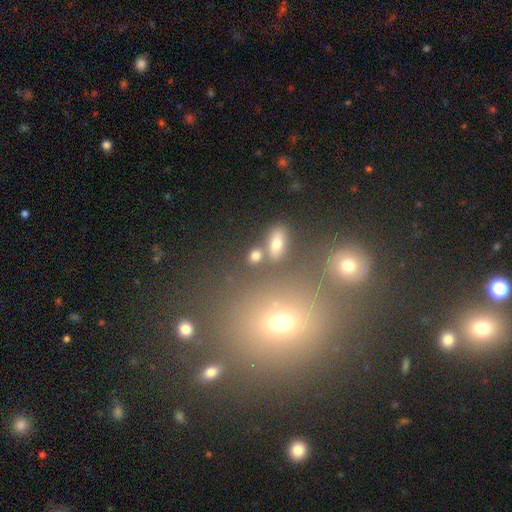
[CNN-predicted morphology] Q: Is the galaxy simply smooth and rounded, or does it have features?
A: smooth — 72%.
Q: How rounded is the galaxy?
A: in between — 52%.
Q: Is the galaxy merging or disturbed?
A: none — 71%.